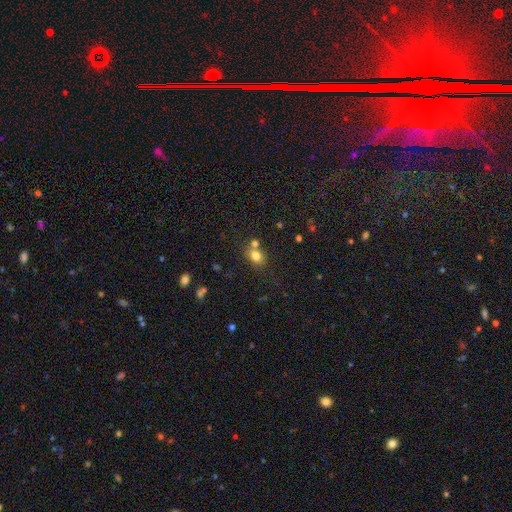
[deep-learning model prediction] This appears to be a smooth galaxy with no disk features (78%) that is in between round and cigar-shaped (53%). Merging: none (55%).